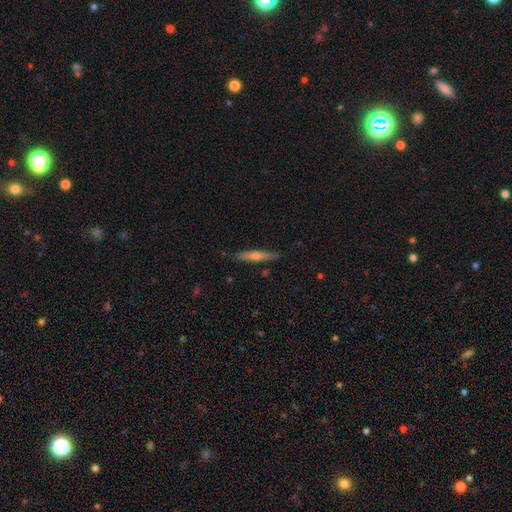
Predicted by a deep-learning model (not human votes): A featured or disk galaxy (53%) viewed edge-on (95%) with a rounded central bulge (77%). Merging: none (88%).